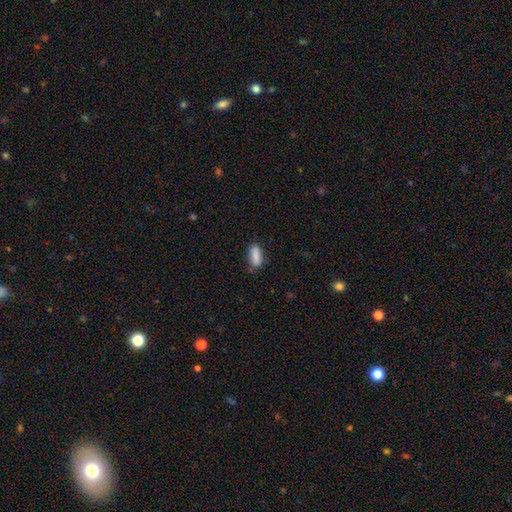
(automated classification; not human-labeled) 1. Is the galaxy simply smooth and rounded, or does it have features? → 87% smooth, 8% star or artifact, 5% featured or disk.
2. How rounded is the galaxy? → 78% in between, 19% cigar-shaped, 3% round.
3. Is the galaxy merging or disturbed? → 71% none, 23% minor disturbance, 4% major disturbance, 2% merger.